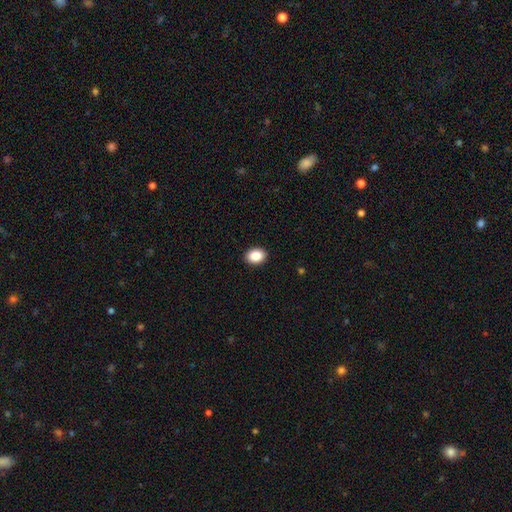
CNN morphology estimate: This is clearly a smooth galaxy (89%). How rounded: likely in between (68%). Merging: clearly none (91%).